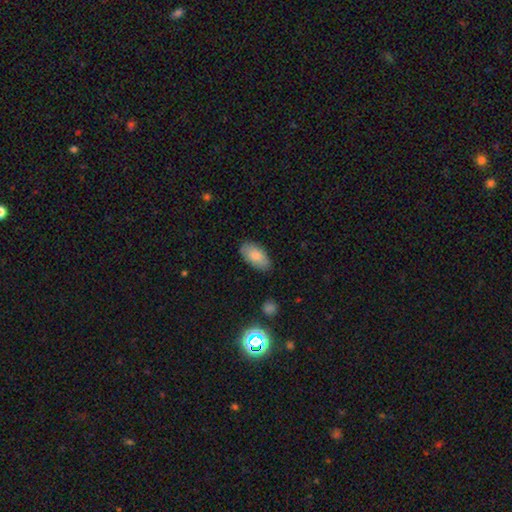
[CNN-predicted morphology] Smooth or featured? smooth (82%)
How rounded? in between (94%)
Merging? none (82%)